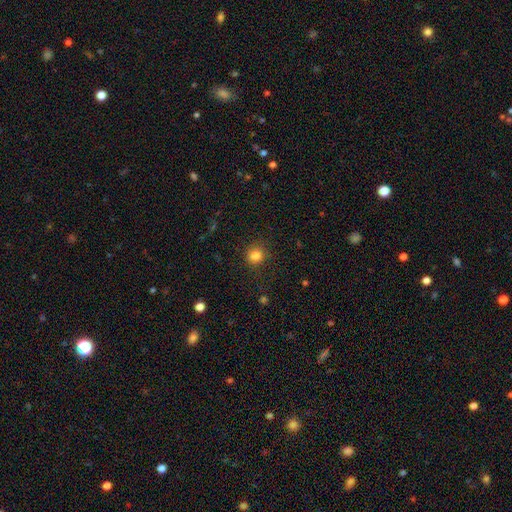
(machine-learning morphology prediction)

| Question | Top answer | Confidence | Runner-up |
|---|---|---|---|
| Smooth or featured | smooth | 82% | star or artifact (13%) |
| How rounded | round | 87% | in between (12%) |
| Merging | none | 84% | minor disturbance (11%) |